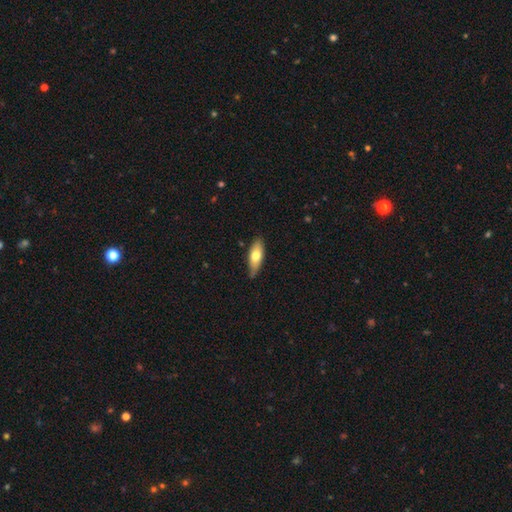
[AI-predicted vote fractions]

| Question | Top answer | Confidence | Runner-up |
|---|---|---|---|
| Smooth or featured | smooth | 67% | featured or disk (27%) |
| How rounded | in between | 67% | cigar-shaped (31%) |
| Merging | none | 76% | minor disturbance (20%) |